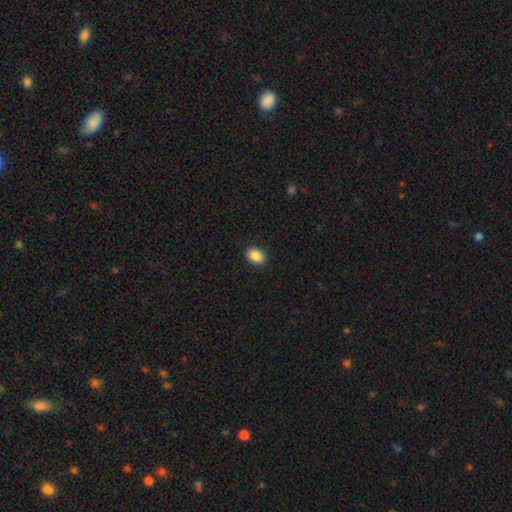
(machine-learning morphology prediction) smooth-or-featured: smooth: 88% | star or artifact: 9% | featured or disk: 4%
  how-rounded: in between: 73% | round: 26% | cigar-shaped: 1%
  merging: none: 90% | minor disturbance: 7% | major disturbance: 2% | merger: 1%